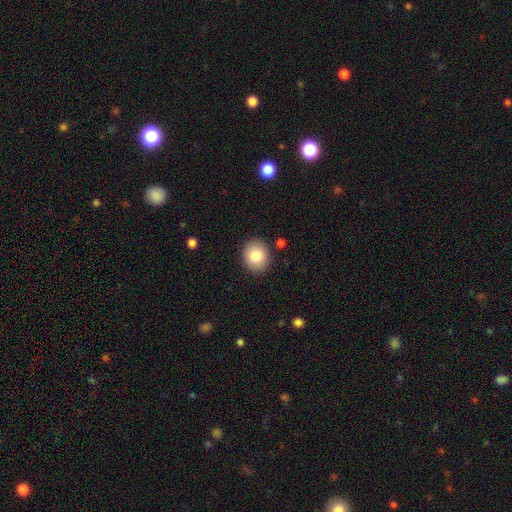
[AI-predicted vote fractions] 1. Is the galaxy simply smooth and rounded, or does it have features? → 85% smooth, 8% star or artifact, 7% featured or disk.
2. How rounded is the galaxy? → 72% round, 27% in between, 1% cigar-shaped.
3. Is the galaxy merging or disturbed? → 89% none, 7% minor disturbance, 2% major disturbance, 2% merger.